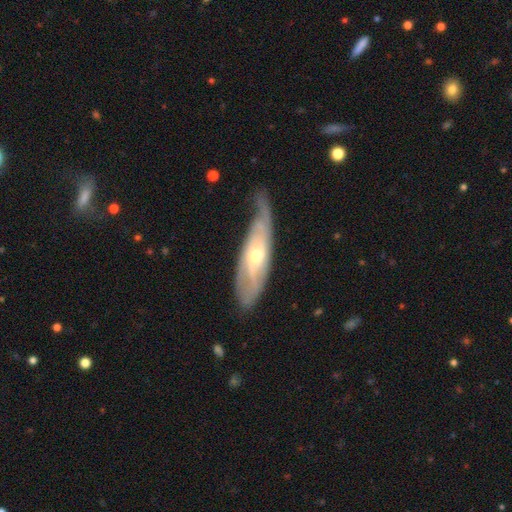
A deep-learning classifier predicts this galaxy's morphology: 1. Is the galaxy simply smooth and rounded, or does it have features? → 76% featured or disk, 19% smooth, 5% star or artifact.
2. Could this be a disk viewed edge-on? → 73% no, 27% yes.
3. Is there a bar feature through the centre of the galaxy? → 57% no, 33% weak, 10% strong.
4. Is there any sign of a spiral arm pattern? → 86% yes, 14% no.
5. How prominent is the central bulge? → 60% moderate, 34% small, 4% large, 1% none, 1% dominant.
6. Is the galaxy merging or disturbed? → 58% none, 29% minor disturbance, 11% major disturbance, 2% merger.